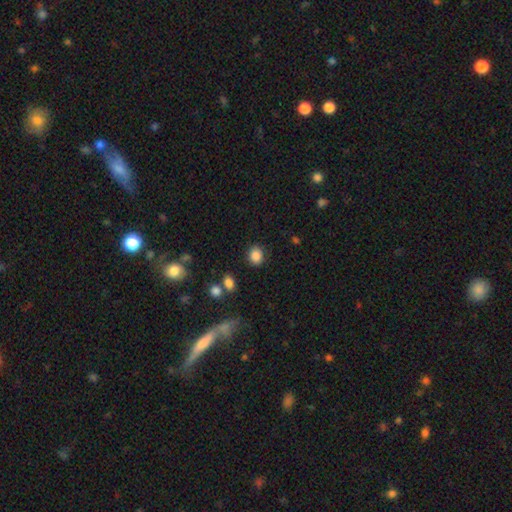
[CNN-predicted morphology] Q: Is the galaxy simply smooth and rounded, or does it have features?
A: smooth — 86%.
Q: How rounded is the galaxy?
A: round — 59%.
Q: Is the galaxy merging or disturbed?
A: none — 83%.